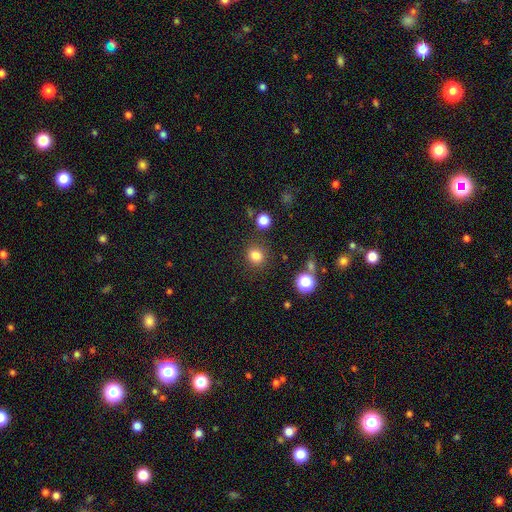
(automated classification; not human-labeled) smooth_or_featured: smooth (p=0.82) [alt: star or artifact p=0.13]
how_rounded: round (p=0.77) [alt: in between p=0.22]
merging: none (p=0.84) [alt: minor disturbance p=0.09]